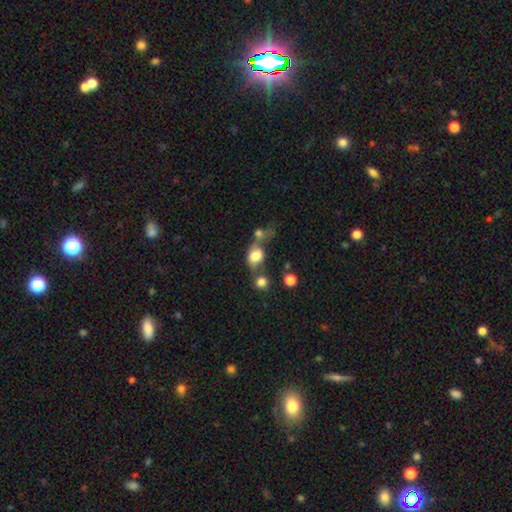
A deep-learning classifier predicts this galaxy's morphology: The model was most divided on "how rounded": in between: 53%, round: 45%, cigar-shaped: 2%. Remaining: smooth or featured — smooth (76%); merging — merger (46%).